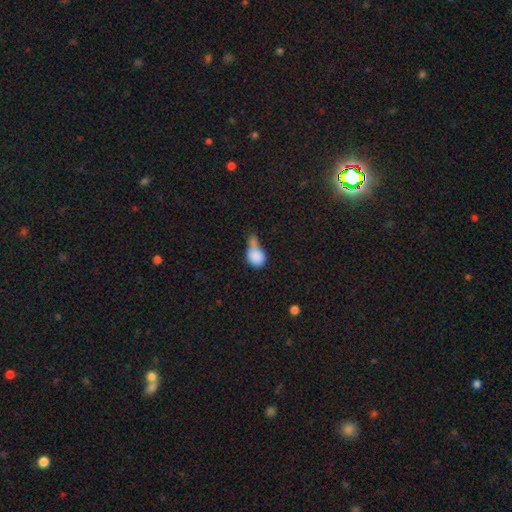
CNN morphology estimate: Smooth or featured: smooth — 84% (star or artifact — 9%)
How rounded: round — 58% (in between — 41%)
Merging: merger — 43% (minor disturbance — 22%)